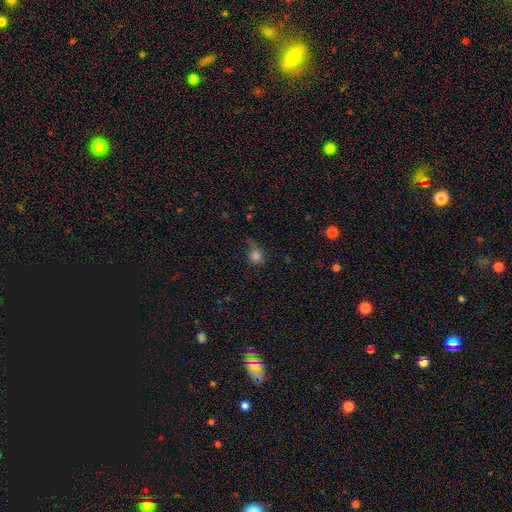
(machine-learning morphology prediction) The model was most divided on "merging": none: 40%, major disturbance: 28%, minor disturbance: 27%, merger: 6%. More confident: smooth or featured — smooth (77%); how rounded — round (74%).